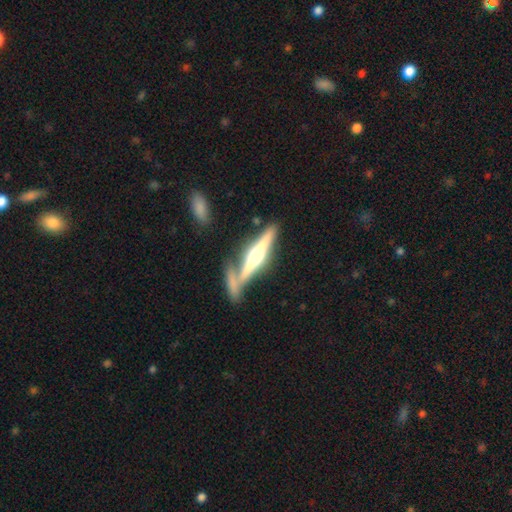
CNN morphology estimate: This appears to be a featured or disk galaxy (74%) viewed edge-on (96%) with a rounded central bulge (89%). Merging: none (59%).